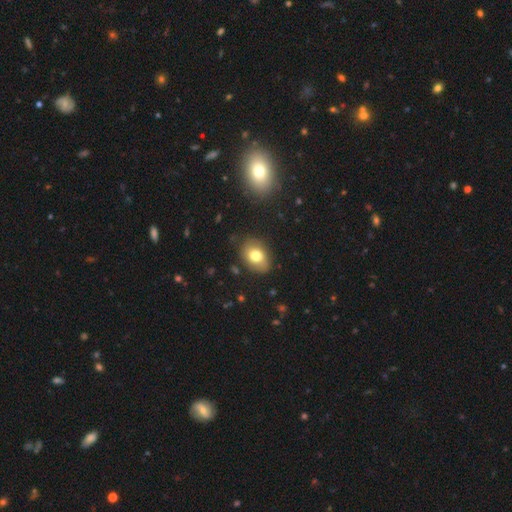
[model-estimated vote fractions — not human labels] Smooth or featured? smooth (76%)
How rounded? in between (72%)
Merging? none (81%)